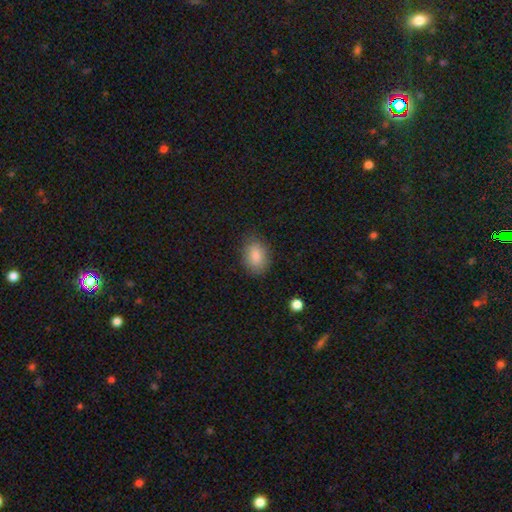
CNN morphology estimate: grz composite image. It shows a smooth galaxy with no disk features (87%) that is in between round and cigar-shaped (75%). Merging: none (80%).